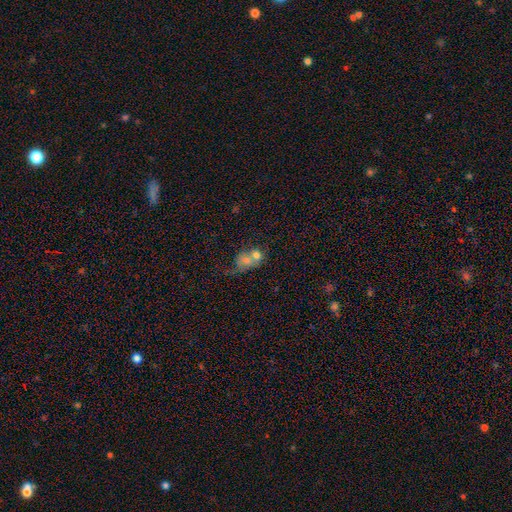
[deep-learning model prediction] smooth-or-featured: smooth: 66% | featured or disk: 23% | star or artifact: 11%
  how-rounded: in between: 51% | round: 48% | cigar-shaped: 2%
  merging: merger: 68% | none: 16% | minor disturbance: 8% | major disturbance: 8%